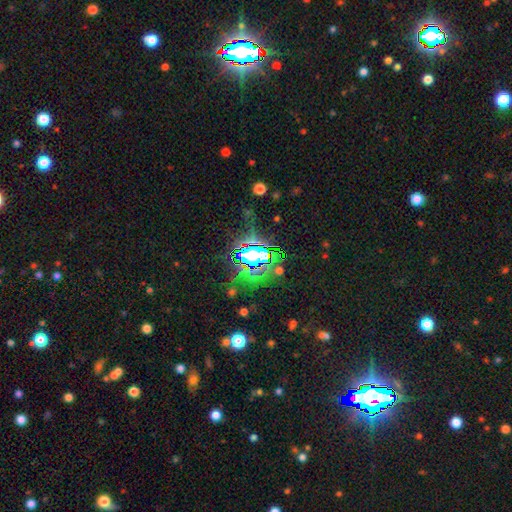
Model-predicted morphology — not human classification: Smooth or featured: star or artifact — 77% (smooth — 14%)